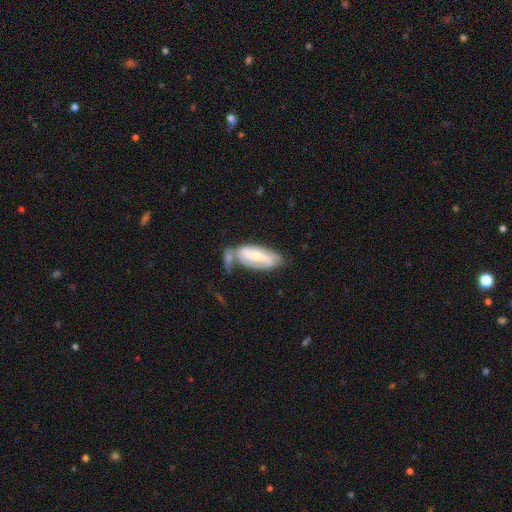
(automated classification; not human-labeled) Smooth or featured?
  - featured or disk: 56% *
  - smooth: 37%
  - star or artifact: 6%
Edge-on disk?
  - no: 85% *
  - yes: 15%
Merging?
  - merger: 34% * (tied)
  - none: 34% * (tied)
  - minor disturbance: 21%
  - major disturbance: 12%